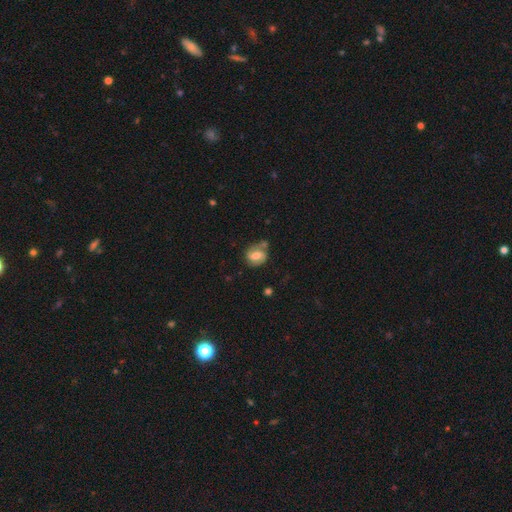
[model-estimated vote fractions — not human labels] This is possibly a featured or disk galaxy (51%). It is clearly not viewed edge-on (97%). Merging: possibly none (57%).